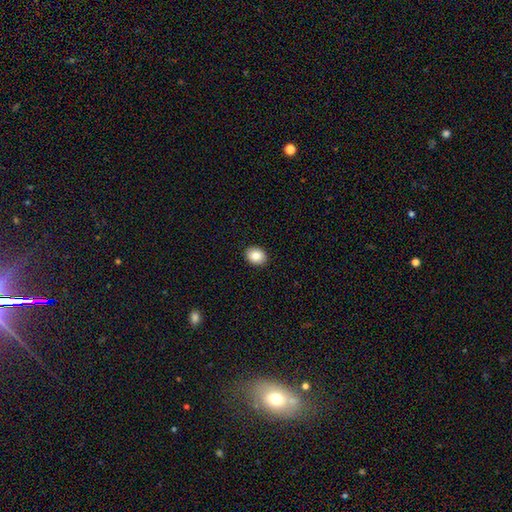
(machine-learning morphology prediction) Overall: smooth (85%). How rounded: in between (57%; round 43%). Merging: none (91%).